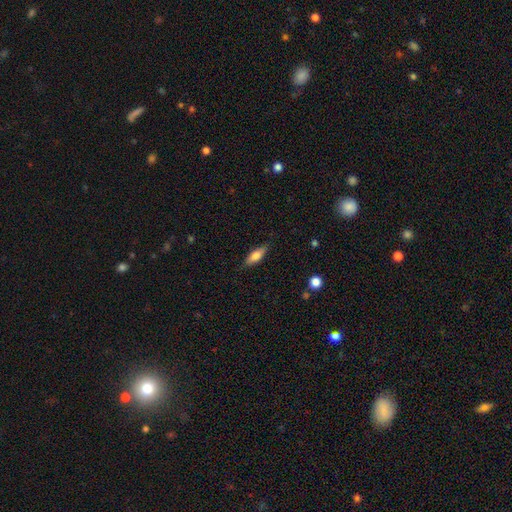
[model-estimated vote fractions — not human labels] This is likely a smooth galaxy (66%). How rounded: possibly in between (59%). Merging: clearly none (83%).